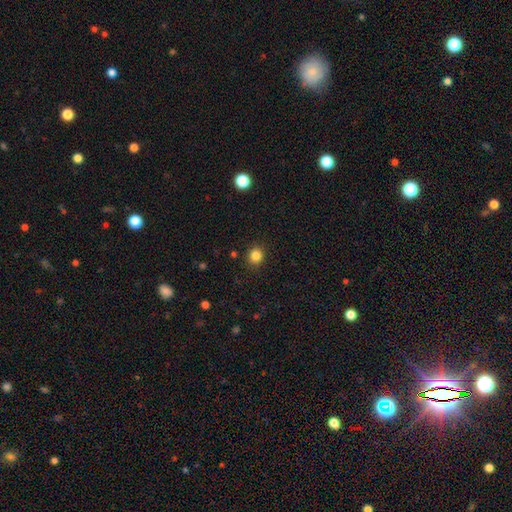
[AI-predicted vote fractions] Overall: smooth (83%). How rounded: round (84%). Merging: none (90%).